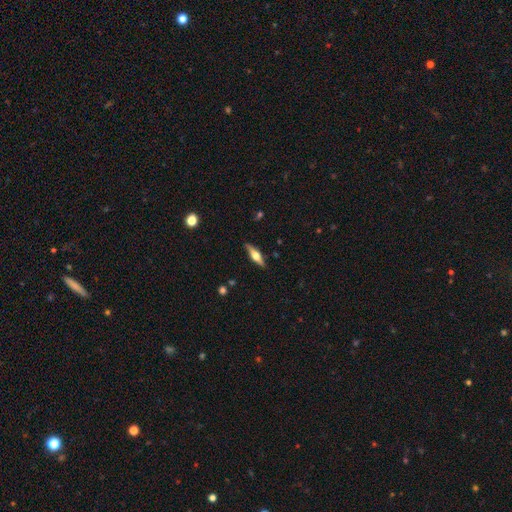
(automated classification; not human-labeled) A featured or disk galaxy (65%) viewed edge-on (96%) with a rounded central bulge (92%).

Vote fractions:
- Smooth or featured? featured or disk: 65% / smooth: 29% / star or artifact: 6%
- Edge-on disk? yes: 96% / no: 4%
- Edge-on bulge? rounded: 92% / boxy: 6% / none: 2%
- Merging? none: 88% / minor disturbance: 9% / major disturbance: 2% / merger: 1%